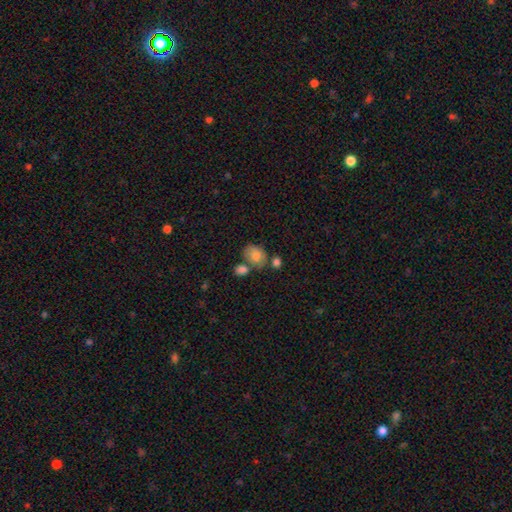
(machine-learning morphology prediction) The model was most divided on "merging": none: 53%, merger: 26%, minor disturbance: 16%, major disturbance: 5%. More confident: smooth or featured — smooth (78%); how rounded — in between (63%).